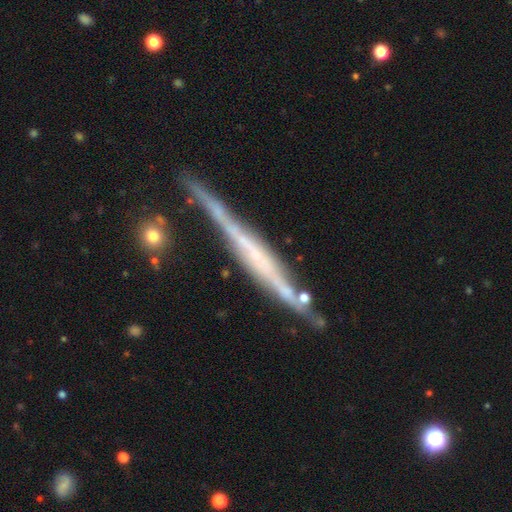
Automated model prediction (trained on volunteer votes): A featured or disk galaxy (74%) viewed edge-on (96%) with no central bulge (64%).

Vote fractions:
- Smooth or featured? featured or disk: 74% / smooth: 18% / star or artifact: 8%
- Edge-on disk? yes: 96% / no: 4%
- Edge-on bulge? none: 64% / rounded: 19% / boxy: 18%
- Merging? none: 75% / minor disturbance: 16% / merger: 5% / major disturbance: 4%